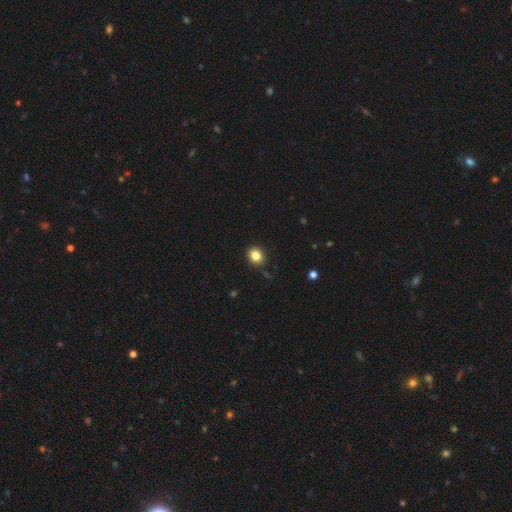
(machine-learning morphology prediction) This appears to be a smooth galaxy with no disk features (84%) that is round (68%). Merging: none (88%).